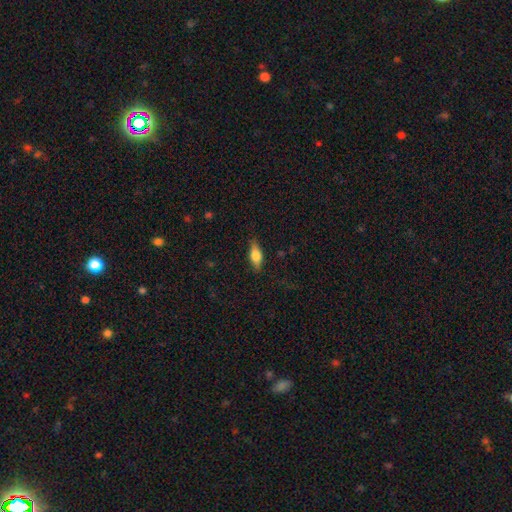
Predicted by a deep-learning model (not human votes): This appears to be a smooth galaxy with no disk features (67%) that is in between round and cigar-shaped (72%). Merging: none (83%).